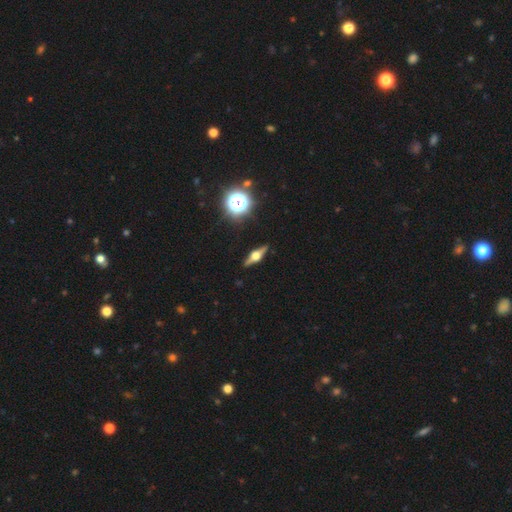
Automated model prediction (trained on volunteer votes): smooth-or-featured: featured or disk: 77% | smooth: 15% | star or artifact: 8%
  disk-edge-on: yes: 97% | no: 3%
    edge-on-bulge: rounded: 95% | boxy: 4% | none: 1%
  merging: none: 90% | minor disturbance: 7% | major disturbance: 2% | merger: 1%